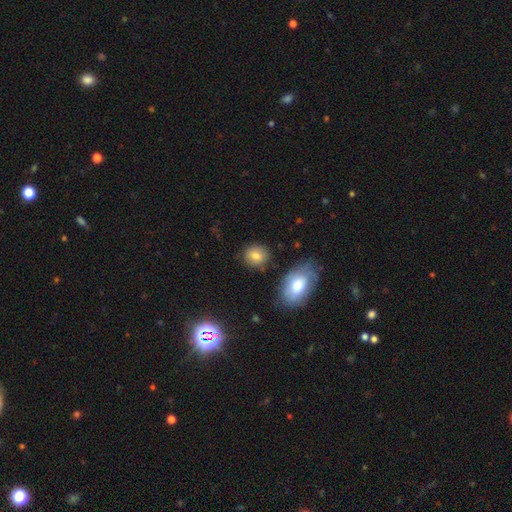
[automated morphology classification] This is likely a smooth galaxy (80%). How rounded: likely round (69%). Merging: clearly none (82%).